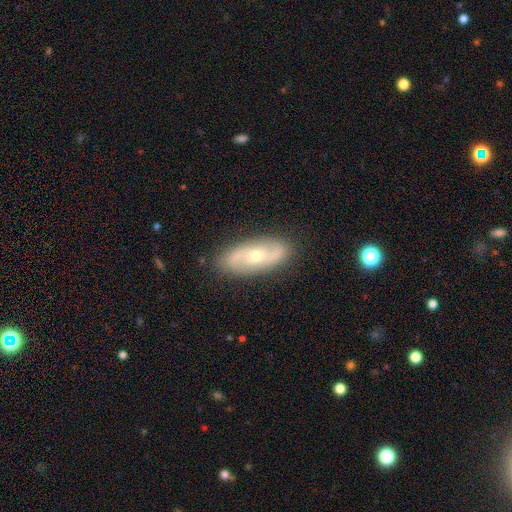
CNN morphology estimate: This appears to be a featured or disk galaxy (69%) with no bar (59%), 2 (86%) medium (40%) spiral arms (85%) and a small central bulge (50%). Merging: none (85%).